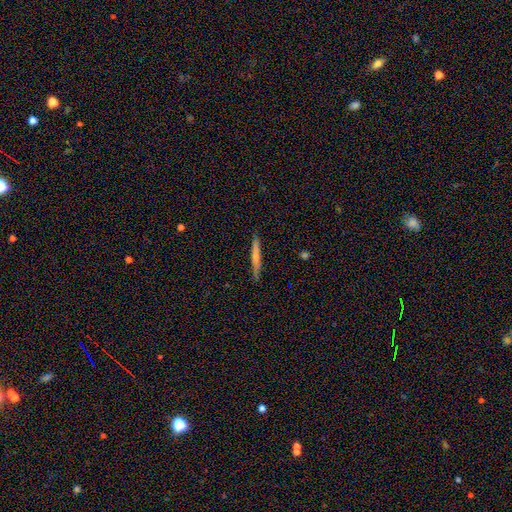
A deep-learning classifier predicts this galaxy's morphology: Smooth or featured? smooth (62%)
How rounded? cigar-shaped (96%)
Merging? none (89%)